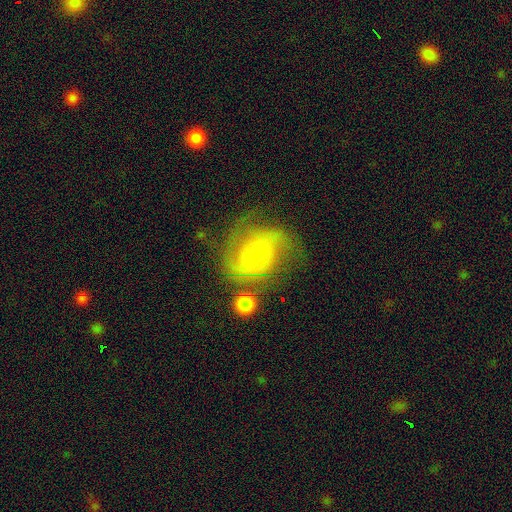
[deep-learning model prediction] A featured or disk galaxy (75%) with no bar (59%), 2 (51%) medium (45%) spiral arms (92%) and a small central bulge (68%).

Vote fractions:
- Smooth or featured? featured or disk: 75% / smooth: 17% / star or artifact: 8%
- Edge-on disk? no: 97% / yes: 3%
- Bar? no: 59% / weak: 34% / strong: 7%
- Spiral arms? yes: 92% / no: 8%
- Spiral winding? medium: 45% / tight: 33% / loose: 22%
- Spiral arm count? 2: 51% / can't tell: 20% / 3: 16% / 4: 5% / 1: 5% / more than 4: 4%
- Bulge size? small: 68% / moderate: 27% / none: 2% / large: 2% / dominant: 1%
- Merging? none: 57% / minor disturbance: 22% / major disturbance: 15% / merger: 7%